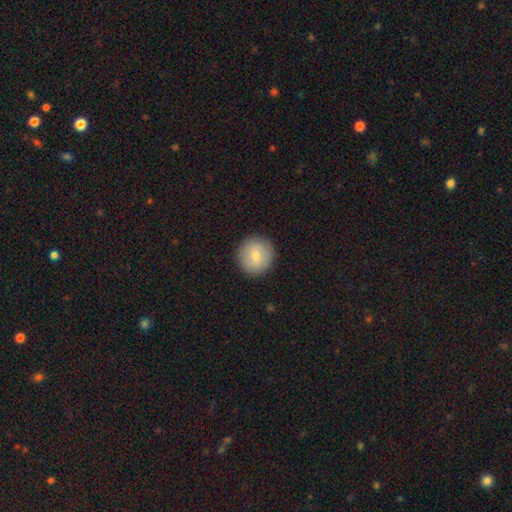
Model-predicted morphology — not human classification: smooth_or_featured: smooth (p=0.76) [alt: featured or disk p=0.16]
how_rounded: round (p=0.95) [alt: in between p=0.04]
merging: none (p=0.91) [alt: minor disturbance p=0.06]